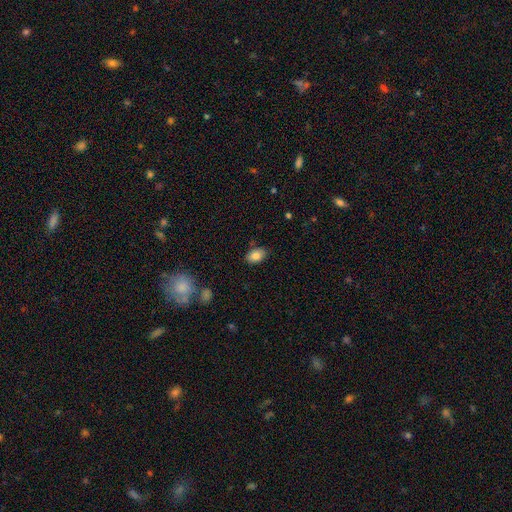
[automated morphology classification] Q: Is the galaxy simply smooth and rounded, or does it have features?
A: smooth — 83%.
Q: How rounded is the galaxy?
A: in between — 86%.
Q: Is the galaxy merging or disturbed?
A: none — 83%.